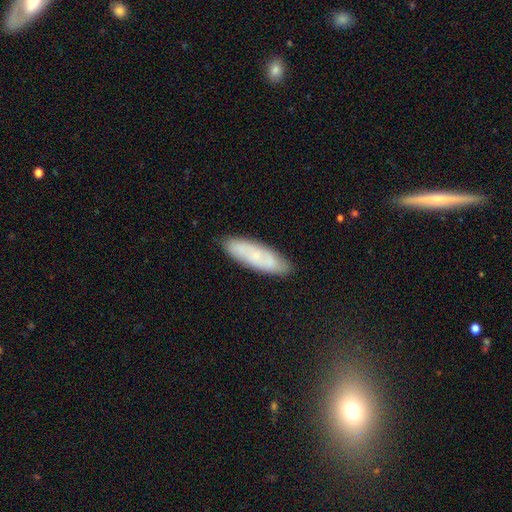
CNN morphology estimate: Smooth or featured? smooth (51%)
How rounded? cigar-shaped (53%)
Merging? none (85%)